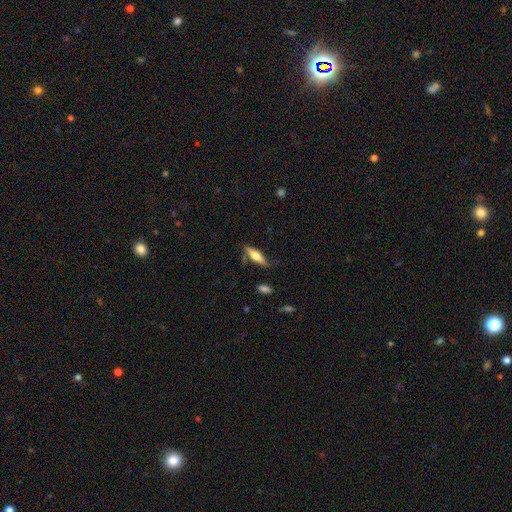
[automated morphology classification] smooth-or-featured: smooth: 55% | featured or disk: 39% | star or artifact: 6%
  how-rounded: cigar-shaped: 65% | in between: 33% | round: 2%
  merging: none: 71% | minor disturbance: 20% | major disturbance: 5% | merger: 4%